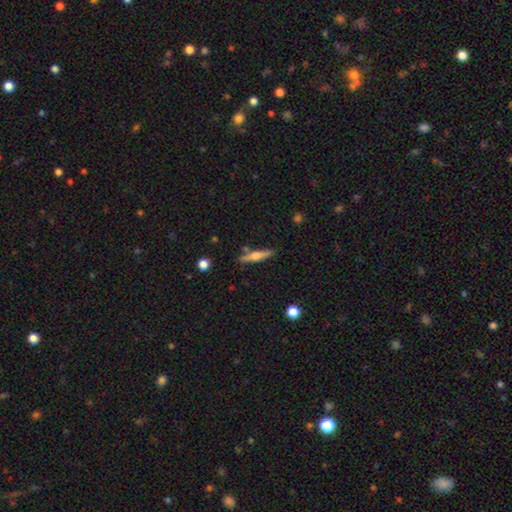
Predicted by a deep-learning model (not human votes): This appears to be a featured or disk galaxy (49%). Merging: none (82%).